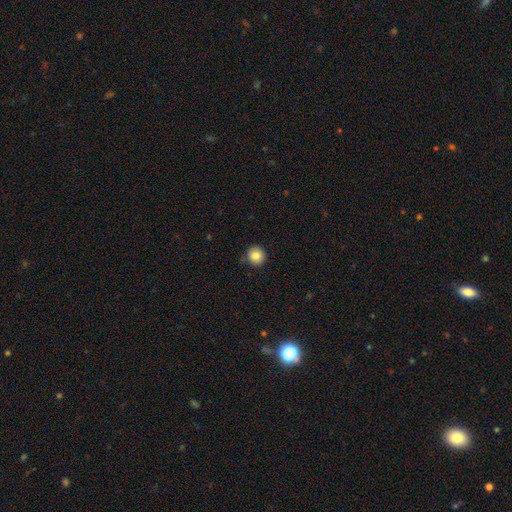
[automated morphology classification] Smooth or featured: smooth — 84% (star or artifact — 10%)
How rounded: round — 94% (in between — 5%)
Merging: none — 87% (minor disturbance — 9%)